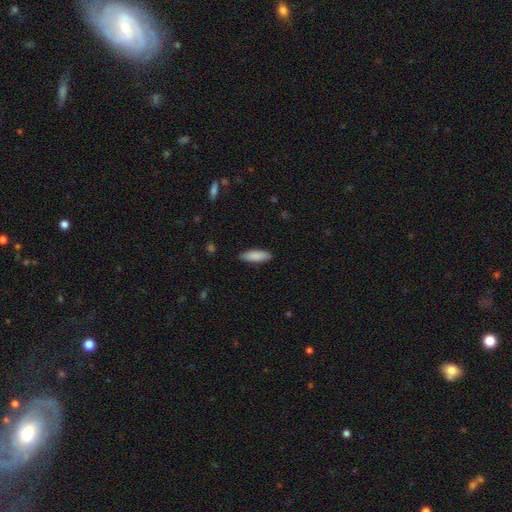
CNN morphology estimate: Smooth or featured: smooth — 88% (featured or disk — 7%)
How rounded: in between — 60% (cigar-shaped — 38%)
Merging: none — 87% (minor disturbance — 10%)